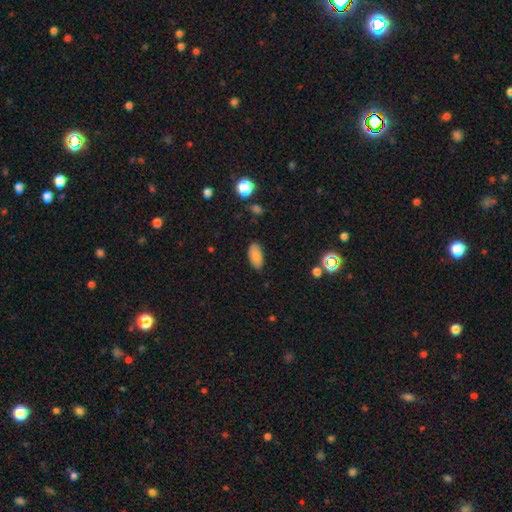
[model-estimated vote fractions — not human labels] Overall: smooth (84%). How rounded: in between (92%). Merging: none (83%).